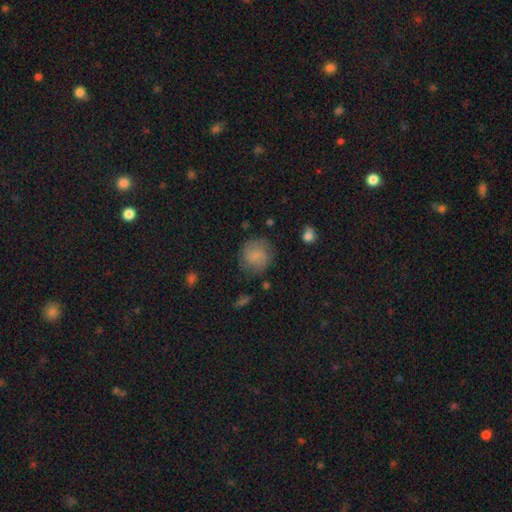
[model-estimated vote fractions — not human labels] Smooth or featured? smooth (63%)
How rounded? round (82%)
Merging? none (70%)